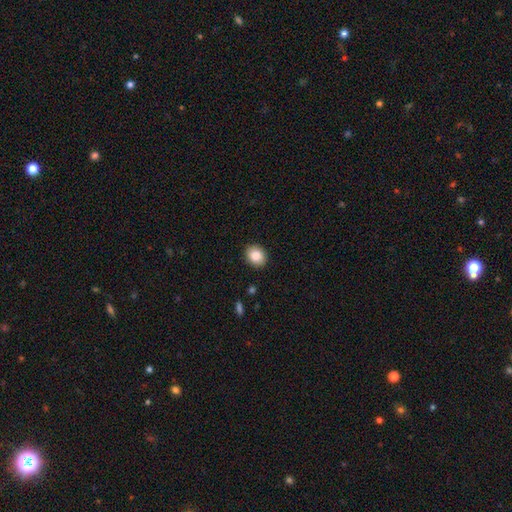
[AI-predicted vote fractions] Smooth or featured? smooth (87%)
How rounded? round (56%)
Merging? none (89%)